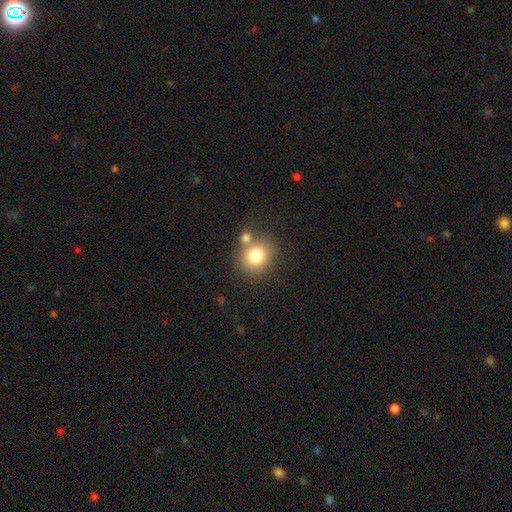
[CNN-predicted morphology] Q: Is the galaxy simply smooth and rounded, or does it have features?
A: smooth — 78%.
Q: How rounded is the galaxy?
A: round — 79%.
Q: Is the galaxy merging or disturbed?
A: none — 64%.